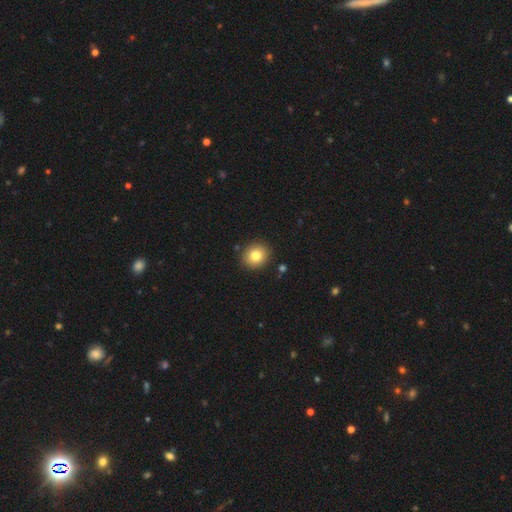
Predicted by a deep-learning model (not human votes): Smooth or featured? Predicted: smooth (p=0.81). How rounded? Predicted: round (p=0.79). Merging? Predicted: none (p=0.89).